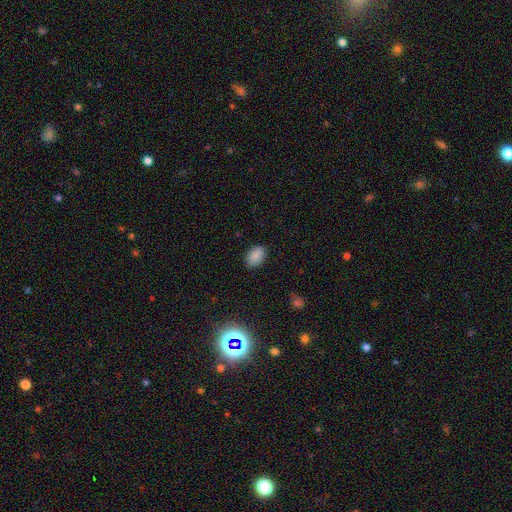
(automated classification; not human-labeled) Q: Smooth or featured?
A: smooth (86%); runner-up: star or artifact (9%)
Q: How rounded?
A: in between (85%); runner-up: round (14%)
Q: Merging?
A: none (86%); runner-up: minor disturbance (11%)